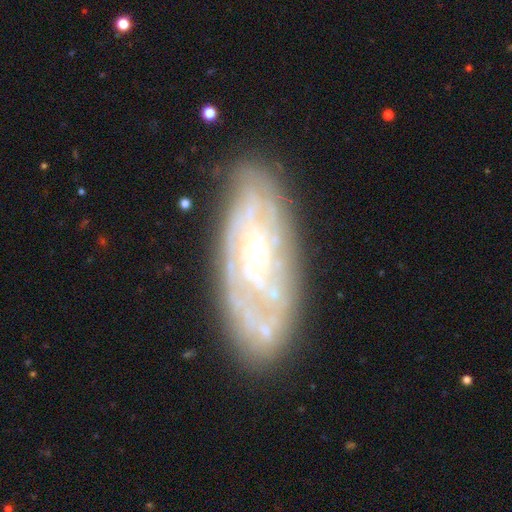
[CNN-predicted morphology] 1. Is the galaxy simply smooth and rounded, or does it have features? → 78% featured or disk, 15% smooth, 6% star or artifact.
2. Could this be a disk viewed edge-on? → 89% no, 11% yes.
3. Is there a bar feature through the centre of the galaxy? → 67% no, 26% weak, 7% strong.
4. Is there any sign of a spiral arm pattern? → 84% yes, 16% no.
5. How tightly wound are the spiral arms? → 69% tight, 24% medium, 7% loose.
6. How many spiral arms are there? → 55% can't tell, 17% 2, 11% 3, 7% 4, 5% more than 4, 4% 1.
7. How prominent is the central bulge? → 60% small, 32% moderate, 4% none, 3% large, 1% dominant.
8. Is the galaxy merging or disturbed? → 74% none, 17% minor disturbance, 6% major disturbance, 3% merger.